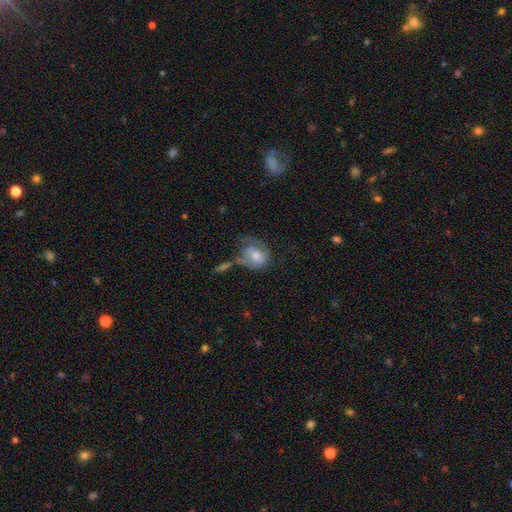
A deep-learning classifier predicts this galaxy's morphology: This is possibly a featured or disk galaxy (56%). It is clearly not viewed edge-on (96%). Bar: possibly no (53%). Spiral arm pattern: likely yes (78%). Central bulge: likely moderate (62%). Merging: marginally none (40%).